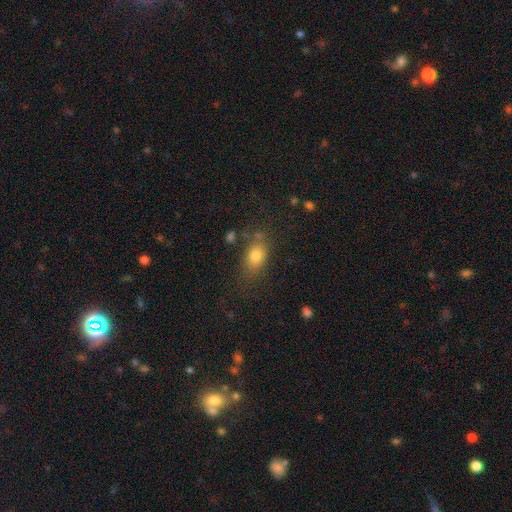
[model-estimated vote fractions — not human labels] smooth-or-featured: smooth: 78% | star or artifact: 11% | featured or disk: 11%
  how-rounded: in between: 78% | round: 19% | cigar-shaped: 3%
  merging: none: 68% | minor disturbance: 18% | major disturbance: 8% | merger: 6%